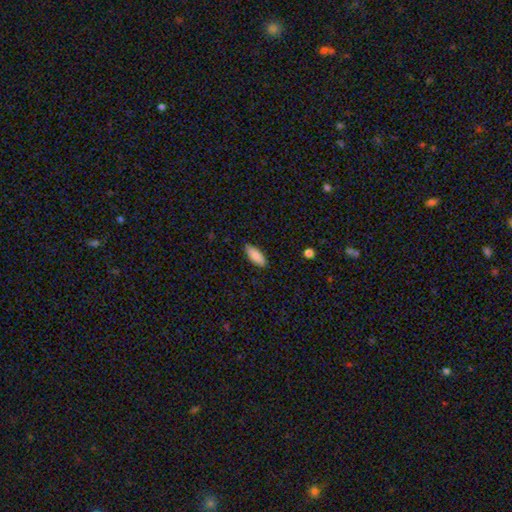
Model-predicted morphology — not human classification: The model was most divided on "how rounded": in between: 74%, cigar-shaped: 25%, round: 2%. More confident: smooth or featured — smooth (88%); merging — none (87%).